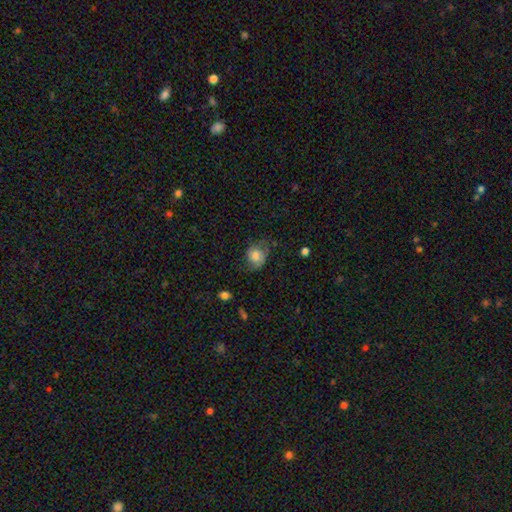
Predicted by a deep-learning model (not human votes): A smooth galaxy with no disk features (56%) that is round (62%). Merging: none (53%).